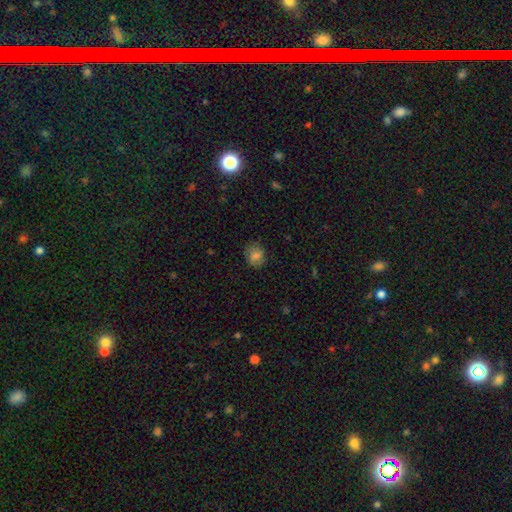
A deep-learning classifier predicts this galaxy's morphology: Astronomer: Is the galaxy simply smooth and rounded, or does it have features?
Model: smooth — 80%.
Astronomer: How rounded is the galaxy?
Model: round — 67%.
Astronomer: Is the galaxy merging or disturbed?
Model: none — 79%.